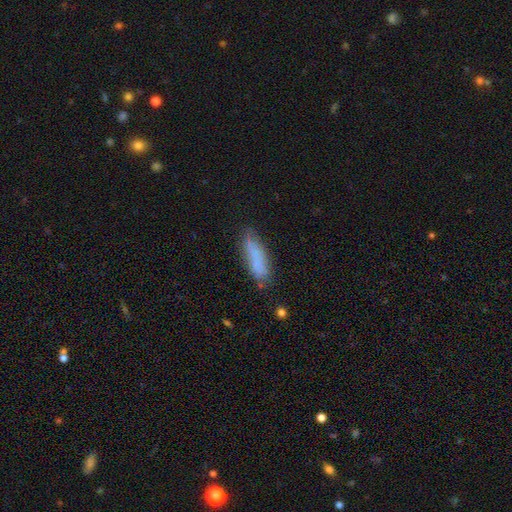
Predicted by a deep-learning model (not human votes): Smooth or featured? smooth (75%)
How rounded? cigar-shaped (64%)
Merging? none (69%)